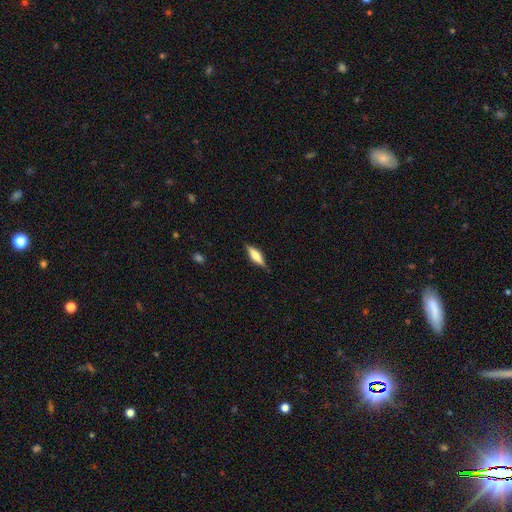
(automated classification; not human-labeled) Smooth or featured? smooth (53%)
How rounded? cigar-shaped (61%)
Merging? none (84%)